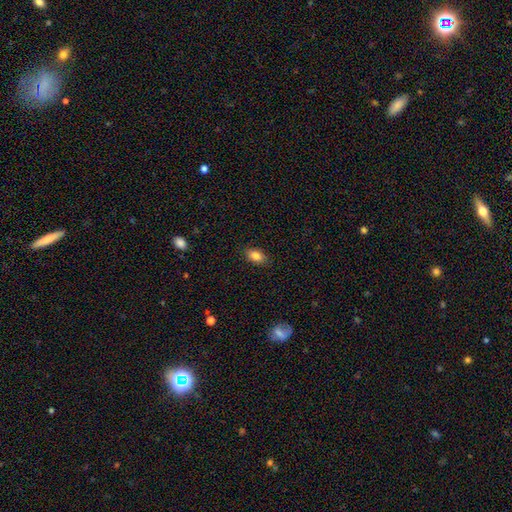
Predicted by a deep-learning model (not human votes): smooth-or-featured: smooth: 84% | star or artifact: 9% | featured or disk: 7%
  how-rounded: in between: 86% | round: 12% | cigar-shaped: 2%
  merging: none: 87% | minor disturbance: 9% | major disturbance: 2% | merger: 1%